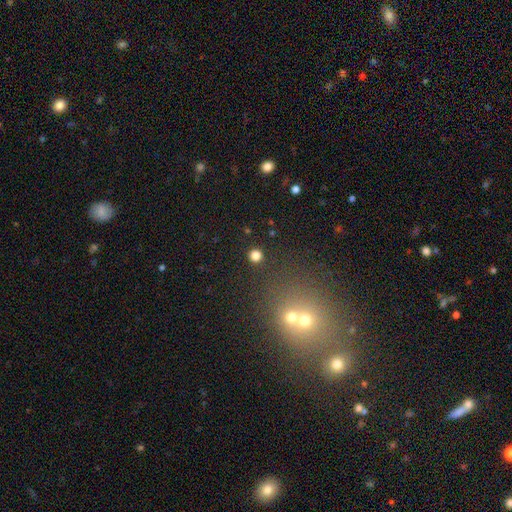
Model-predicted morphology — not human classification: A smooth galaxy with no disk features (80%) that is round (94%). Merging: none (90%).